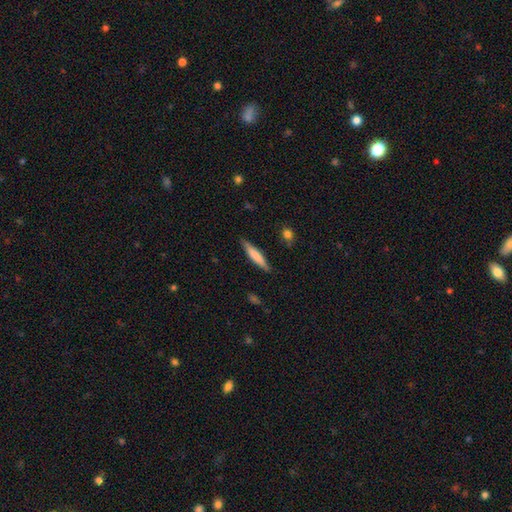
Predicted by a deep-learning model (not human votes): A smooth galaxy with no disk features (71%) that is cigar-shaped (87%). Merging: none (85%).